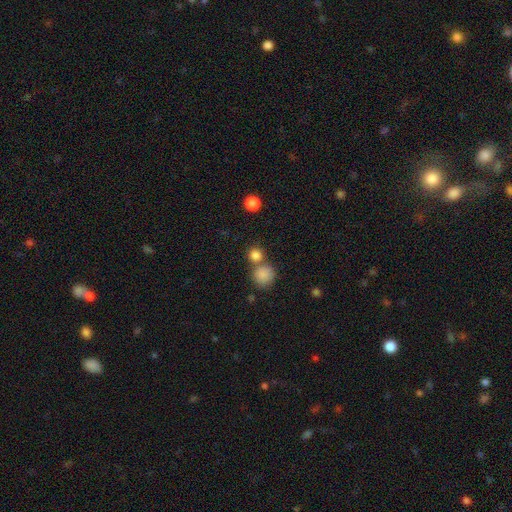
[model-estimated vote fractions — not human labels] Smooth or featured? Predicted: smooth (p=0.83). How rounded? Predicted: round (p=0.89). Merging? Predicted: none (p=0.57).